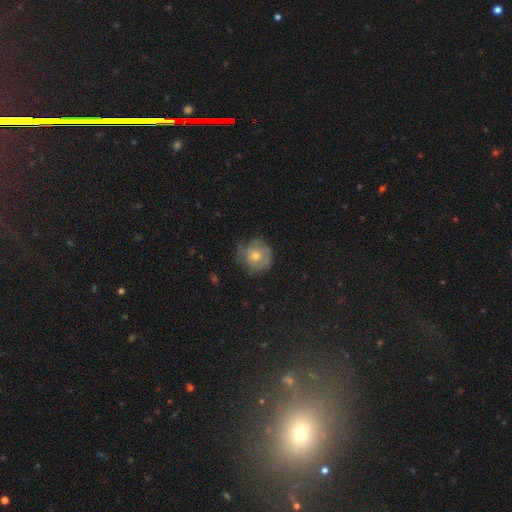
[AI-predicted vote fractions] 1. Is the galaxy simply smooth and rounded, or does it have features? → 61% smooth, 31% featured or disk, 8% star or artifact.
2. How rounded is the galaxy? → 91% round, 8% in between, 1% cigar-shaped.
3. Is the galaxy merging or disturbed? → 65% none, 25% minor disturbance, 8% major disturbance, 1% merger.